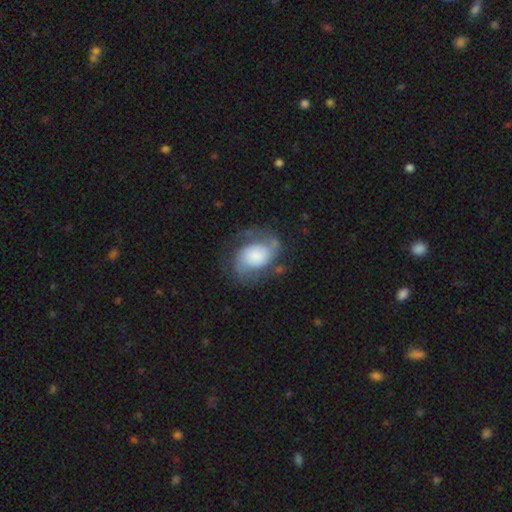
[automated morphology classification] Smooth or featured? Predicted: featured or disk (p=0.68). Edge-on disk? Predicted: no (p=0.98). Bar? Predicted: no (p=0.69). Spiral arms? Predicted: yes (p=0.90). Spiral winding? Predicted: medium (p=0.46). Spiral arm count? Predicted: 2 (p=0.83). Bulge size? Predicted: large (p=0.35). Merging? Predicted: none (p=0.58).